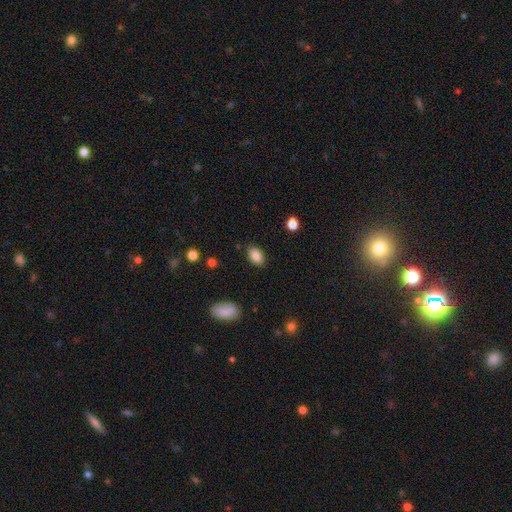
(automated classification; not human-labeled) Smooth or featured? smooth (86%)
How rounded? in between (89%)
Merging? none (85%)